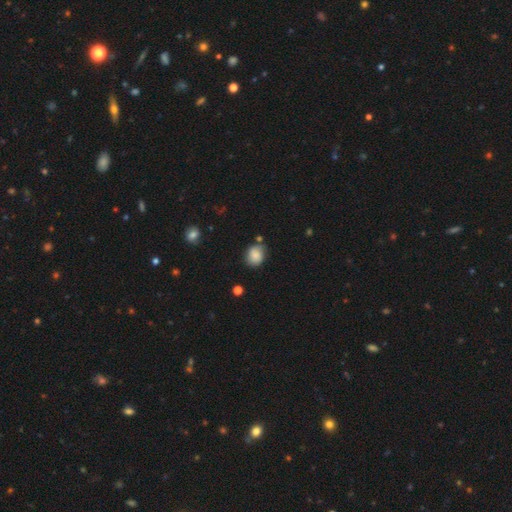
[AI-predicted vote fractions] The model was most divided on "how rounded": round: 64%, in between: 35%, cigar-shaped: 1%. More confident: smooth or featured — smooth (82%); merging — none (70%).